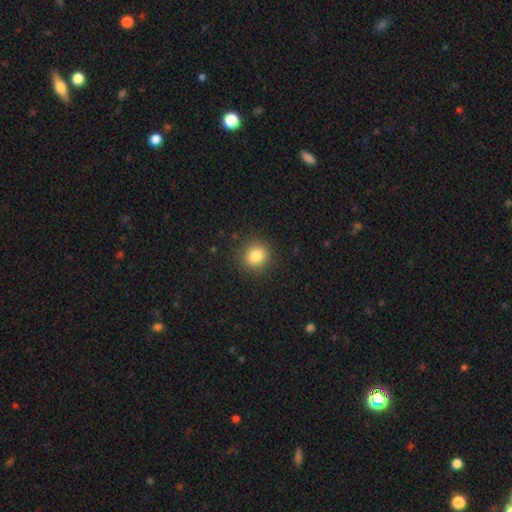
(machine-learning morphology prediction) smooth_or_featured: smooth (p=0.83) [alt: star or artifact p=0.11]
how_rounded: round (p=0.80) [alt: in between p=0.19]
merging: none (p=0.89) [alt: minor disturbance p=0.08]